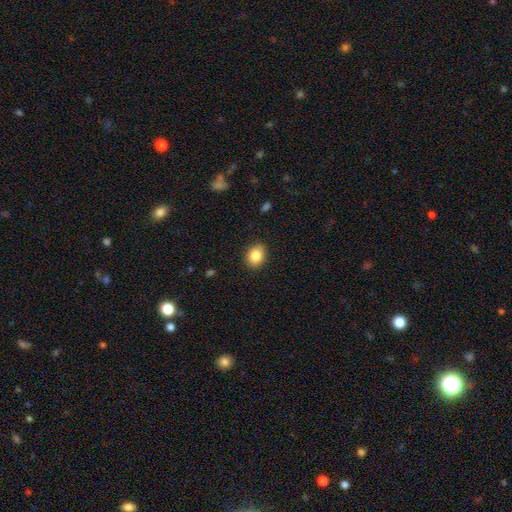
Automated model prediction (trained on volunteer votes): Smooth or featured? Predicted: smooth (p=0.85). How rounded? Predicted: in between (p=0.60). Merging? Predicted: none (p=0.89).